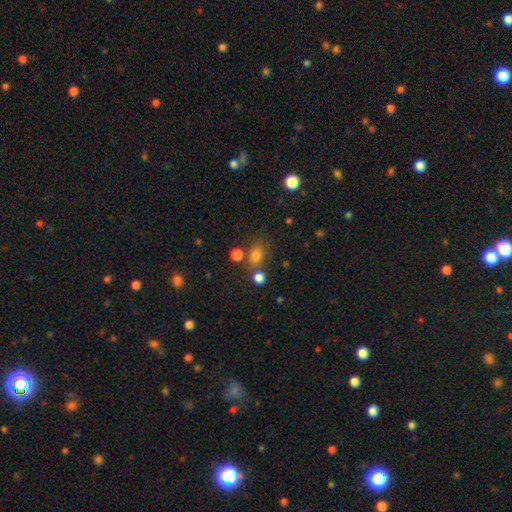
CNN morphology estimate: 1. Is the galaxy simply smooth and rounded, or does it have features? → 75% smooth, 18% star or artifact, 7% featured or disk.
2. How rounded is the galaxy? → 57% round, 42% in between, 1% cigar-shaped.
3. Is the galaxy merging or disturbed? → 69% none, 15% merger, 12% minor disturbance, 5% major disturbance.